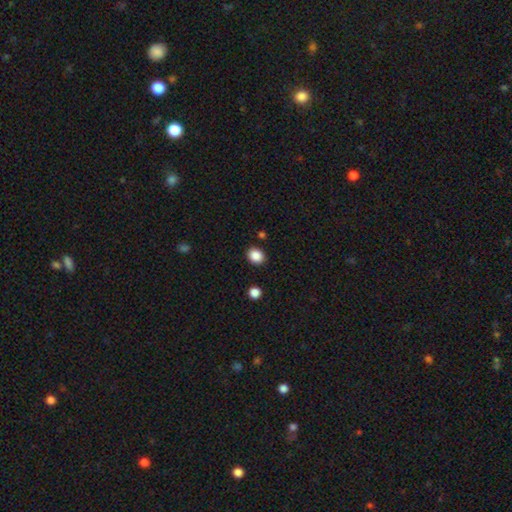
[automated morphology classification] smooth-or-featured: smooth: 88% | star or artifact: 9% | featured or disk: 3%
  how-rounded: round: 55% | in between: 44% | cigar-shaped: 1%
  merging: none: 88% | minor disturbance: 8% | major disturbance: 2% | merger: 2%